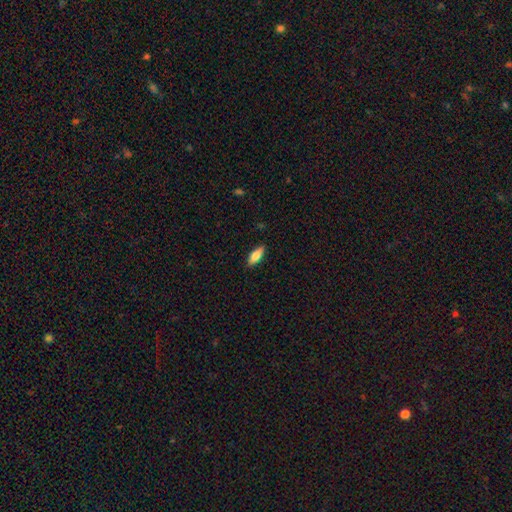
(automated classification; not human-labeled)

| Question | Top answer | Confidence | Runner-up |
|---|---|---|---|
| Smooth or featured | smooth | 72% | featured or disk (21%) |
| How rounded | in between | 68% | cigar-shaped (30%) |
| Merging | none | 88% | minor disturbance (9%) |